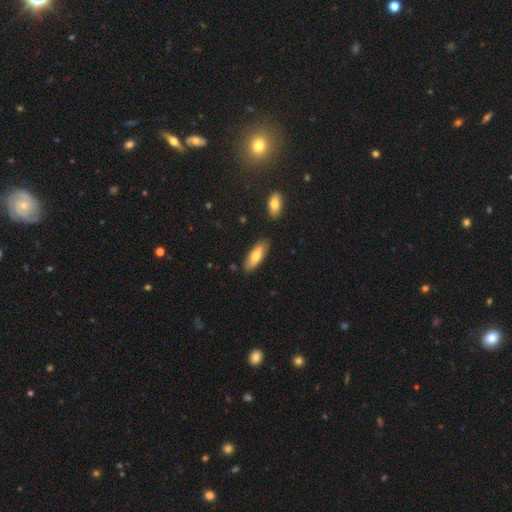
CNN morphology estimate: smooth 67%, featured or disk 27%, star or artifact 6%. Down the decision tree: how rounded — in between (69%); merging — none (83%).